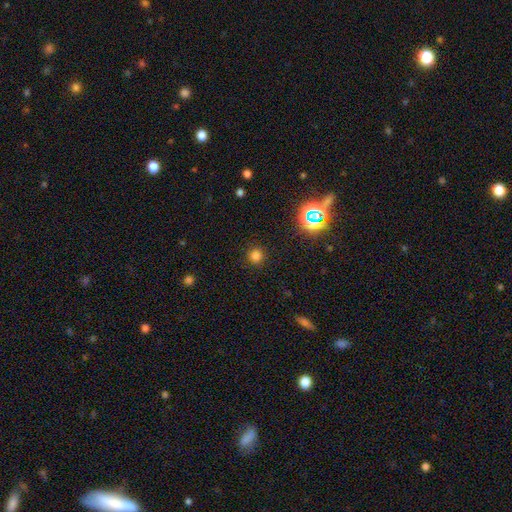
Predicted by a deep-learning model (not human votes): smooth 77%, star or artifact 19%, featured or disk 4%. Down the decision tree: how rounded — round (93%); merging — none (90%).